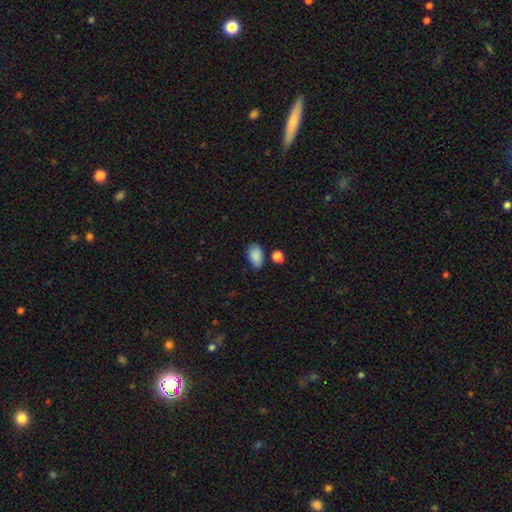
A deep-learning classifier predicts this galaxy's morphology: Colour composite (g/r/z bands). It shows a smooth galaxy with no disk features (88%) that is in between round and cigar-shaped (91%). Merging: none (71%).